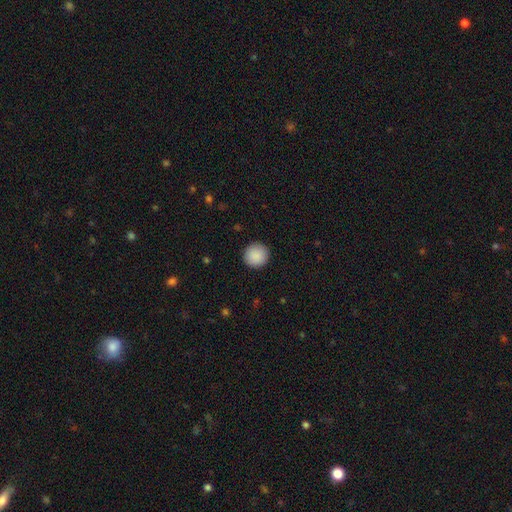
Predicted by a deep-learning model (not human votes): smooth-or-featured: smooth: 90% | star or artifact: 8% | featured or disk: 3%
  how-rounded: round: 95% | in between: 4% | cigar-shaped: 1%
  merging: none: 92% | minor disturbance: 5% | major disturbance: 2% | merger: 1%